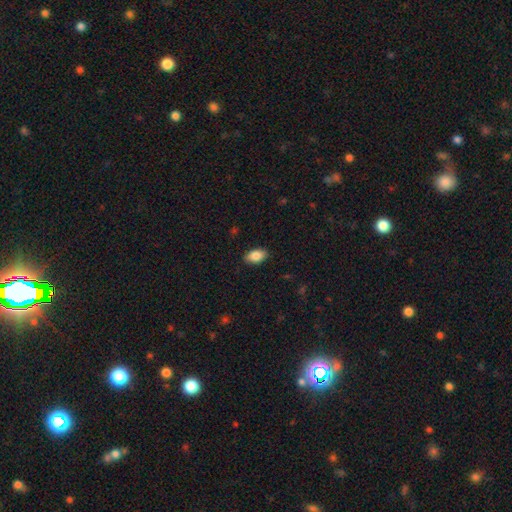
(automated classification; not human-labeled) smooth 87%, star or artifact 7%, featured or disk 6%. Down the decision tree: how rounded — in between (93%); merging — none (88%).